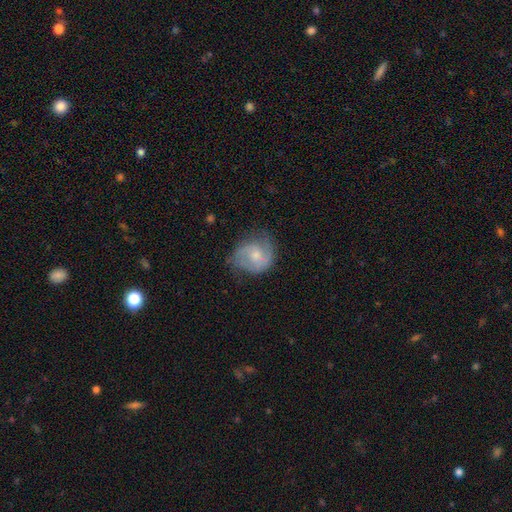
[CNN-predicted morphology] A featured or disk galaxy (59%) with no bar (61%), spiral arms (86%) and a moderate central bulge (48%). Merging: none (59%).